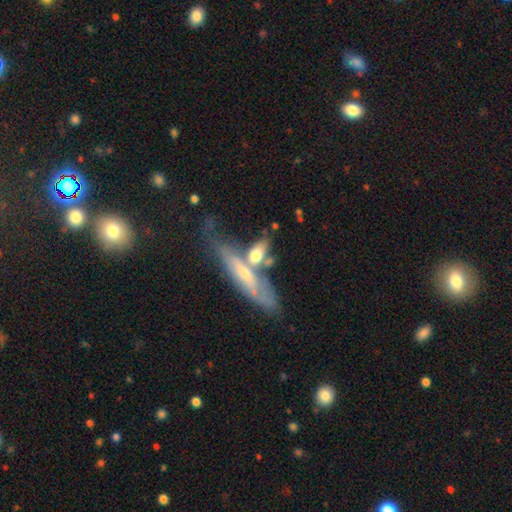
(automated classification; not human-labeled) smooth-or-featured: smooth: 50% | featured or disk: 44% | star or artifact: 7%
  merging: merger: 43% | none: 32% | minor disturbance: 16% | major disturbance: 10%